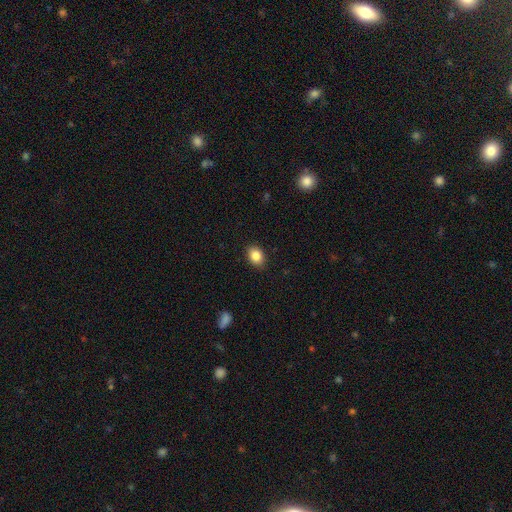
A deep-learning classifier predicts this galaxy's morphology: Overall: smooth (86%). How rounded: in between (66%; round 33%). Merging: none (89%).